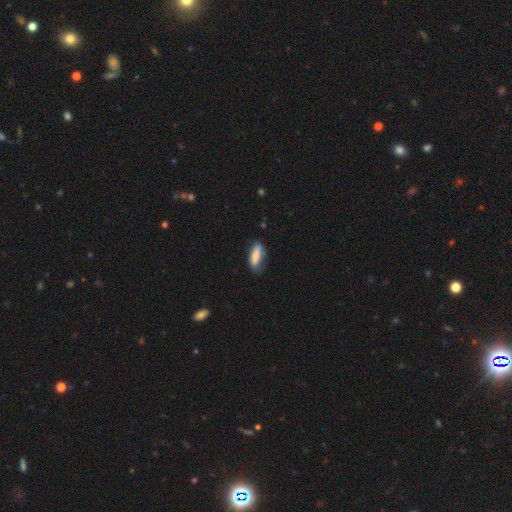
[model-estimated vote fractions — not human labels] This is clearly a smooth galaxy (83%). How rounded: likely in between (61%). Merging: likely none (62%).